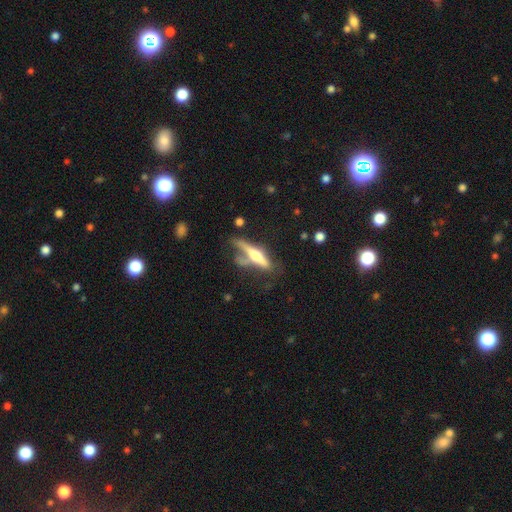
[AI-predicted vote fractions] smooth-or-featured: featured or disk: 56% | smooth: 37% | star or artifact: 7%
  disk-edge-on: yes: 90% | no: 10%
    edge-on-bulge: rounded: 87% | none: 7% | boxy: 6%
  merging: none: 45% | minor disturbance: 21% | major disturbance: 17% | merger: 17%